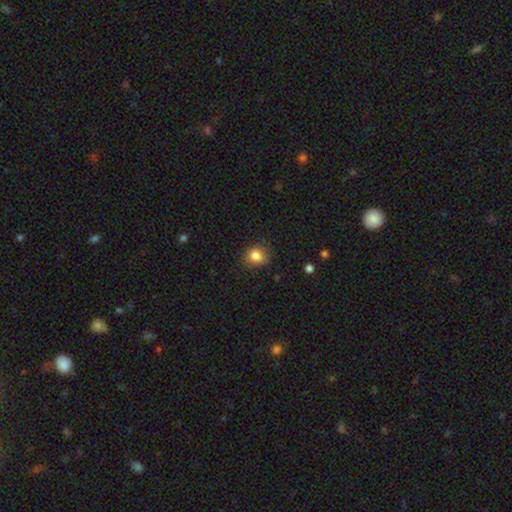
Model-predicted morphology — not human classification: type=smooth (84%); roundness=round (68%); merging=none (79%).